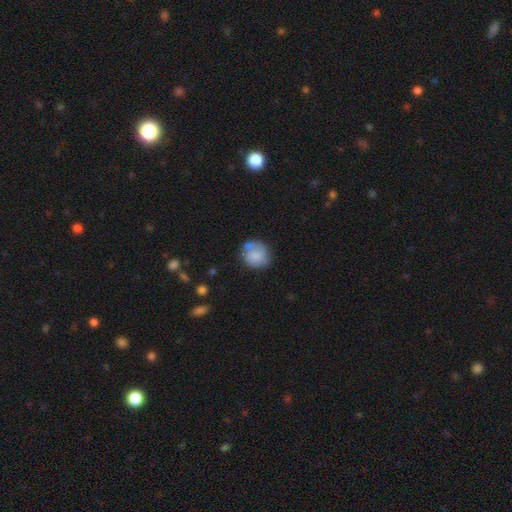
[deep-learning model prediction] Smooth or featured? Predicted: smooth (p=0.70). How rounded? Predicted: round (p=0.79). Merging? Predicted: none (p=0.53).